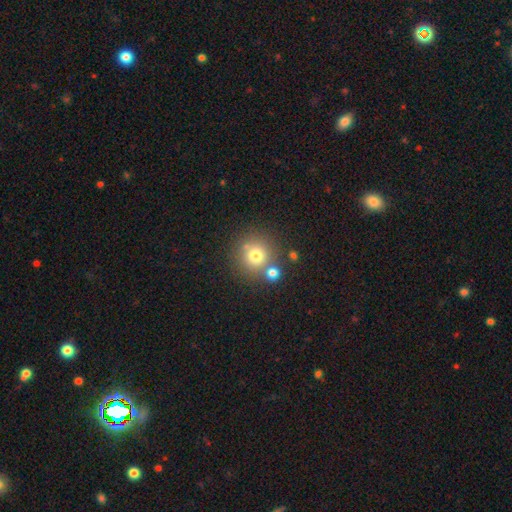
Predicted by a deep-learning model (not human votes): This is likely a smooth galaxy (74%). How rounded: clearly round (93%). Merging: likely none (70%).